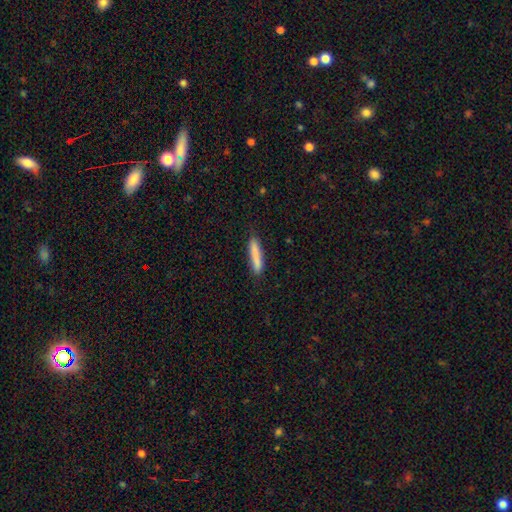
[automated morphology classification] A smooth galaxy with no disk features (84%) that is cigar-shaped (90%). Merging: none (86%).